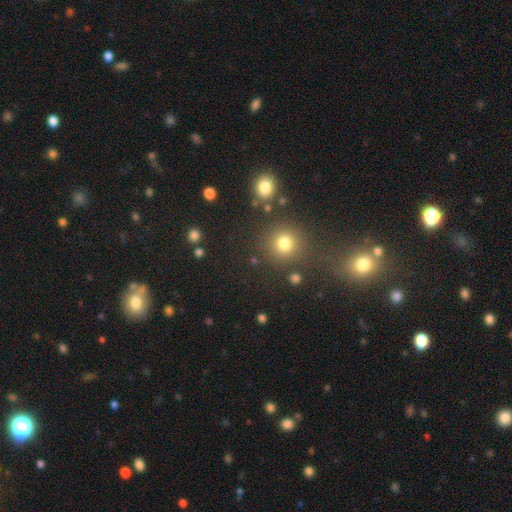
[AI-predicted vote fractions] Overall: smooth (55%; star or artifact 38%). How rounded: round (92%). Merging: none (78%).